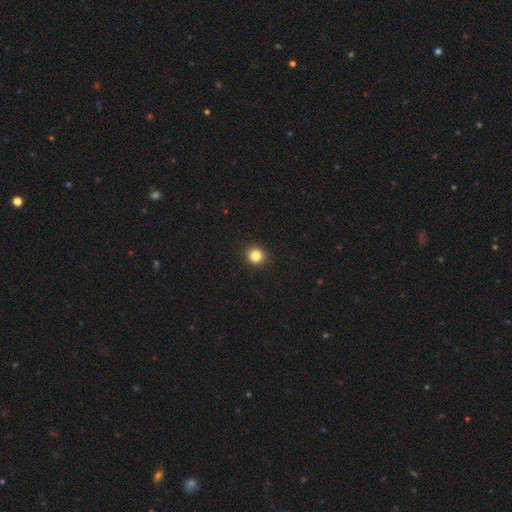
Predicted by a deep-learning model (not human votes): Overall: smooth (84%). How rounded: round (92%). Merging: none (93%).